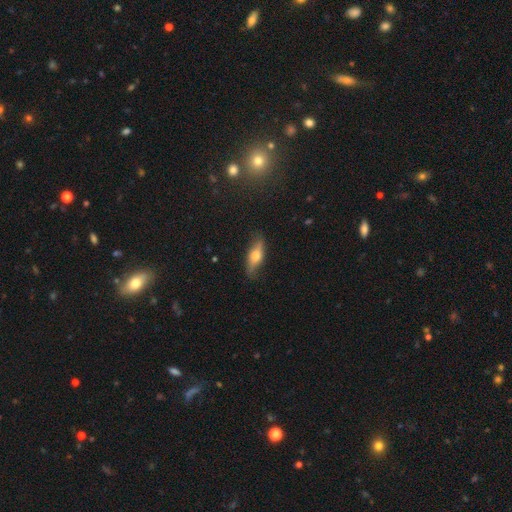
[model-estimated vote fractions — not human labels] Q: Smooth or featured?
A: smooth (51%); runner-up: featured or disk (42%)
Q: How rounded?
A: in between (53%); runner-up: cigar-shaped (43%)
Q: Merging?
A: none (79%); runner-up: minor disturbance (16%)